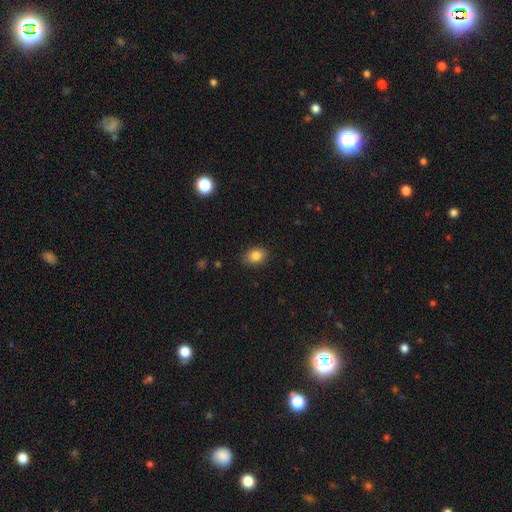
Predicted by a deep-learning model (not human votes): A smooth galaxy with no disk features (84%) that is in between round and cigar-shaped (71%).

Vote fractions:
- Smooth or featured? smooth: 84% / star or artifact: 9% / featured or disk: 7%
- How rounded? in between: 71% / round: 28% / cigar-shaped: 1%
- Merging? none: 86% / minor disturbance: 11% / major disturbance: 2% / merger: 1%